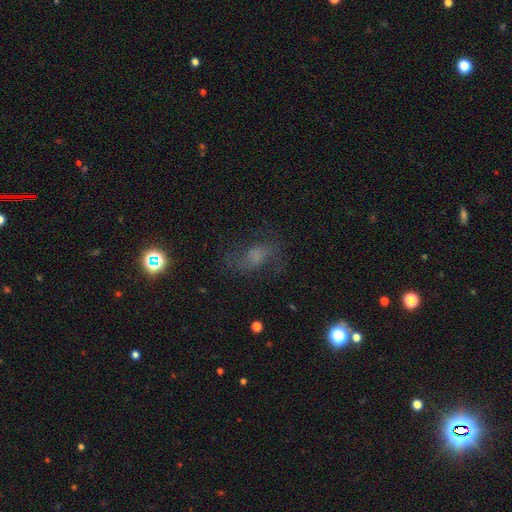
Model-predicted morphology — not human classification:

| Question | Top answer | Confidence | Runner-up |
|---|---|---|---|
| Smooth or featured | featured or disk | 46% | smooth (32%) |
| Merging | none | 62% | minor disturbance (18%) |